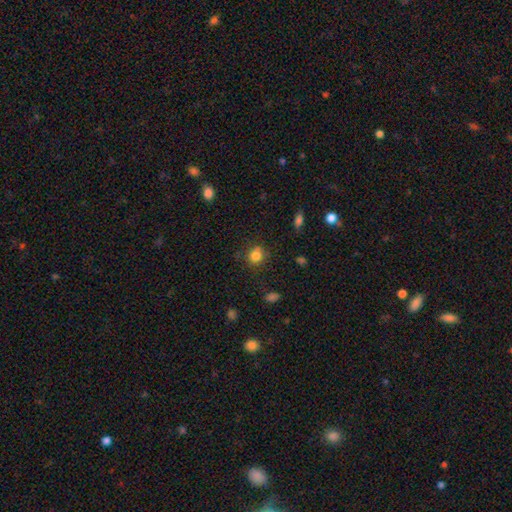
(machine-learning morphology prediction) smooth 82%, star or artifact 12%, featured or disk 6%. Down the decision tree: how rounded — round (83%); merging — none (80%).